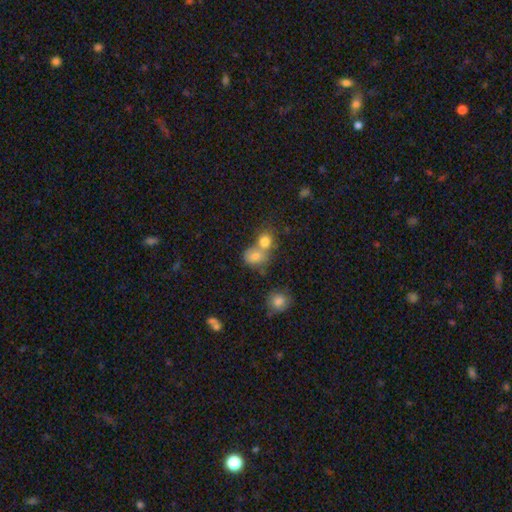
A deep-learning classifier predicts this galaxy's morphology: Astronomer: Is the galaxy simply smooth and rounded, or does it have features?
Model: smooth — 72%.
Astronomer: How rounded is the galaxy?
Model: round — 65%.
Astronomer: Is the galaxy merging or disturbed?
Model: merger — 55% (runner-up: none, 34%).